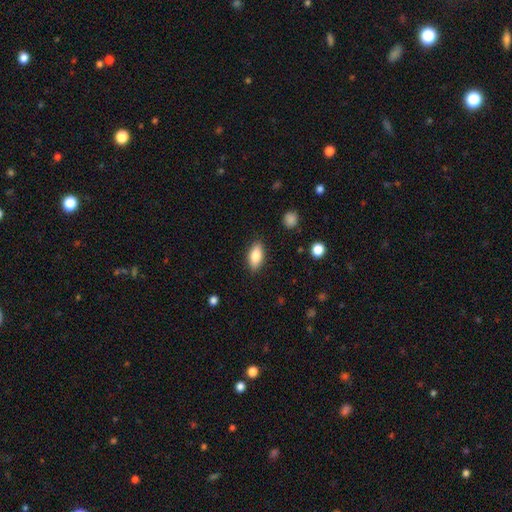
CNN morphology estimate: Smooth or featured? smooth (82%)
How rounded? in between (86%)
Merging? none (87%)